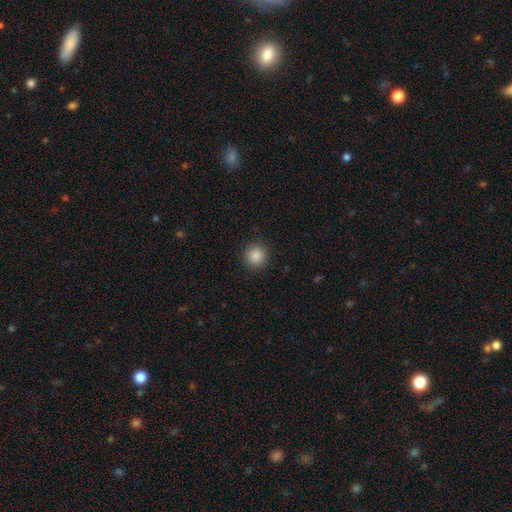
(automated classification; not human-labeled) Smooth or featured? Predicted: smooth (p=0.87). How rounded? Predicted: round (p=0.94). Merging? Predicted: none (p=0.91).